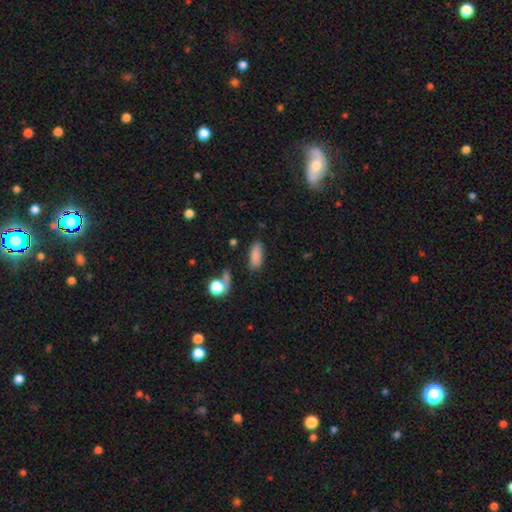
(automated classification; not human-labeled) Smooth or featured? smooth (84%)
How rounded? in between (74%)
Merging? none (78%)